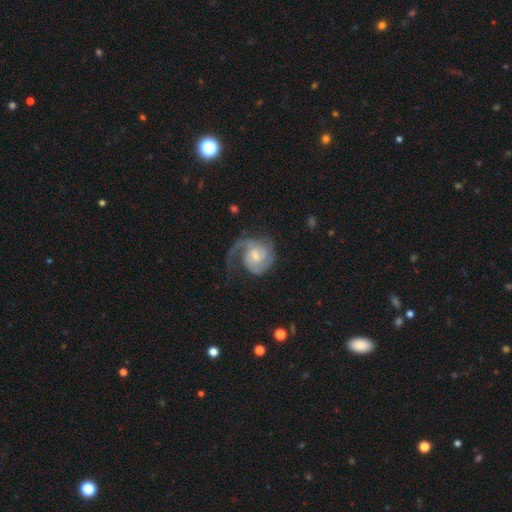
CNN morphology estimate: featured or disk 81%, smooth 14%, star or artifact 5%. Down the decision tree: edge-on disk — no (98%); bar — no (49%); spiral arms — yes (96%); spiral arm count — 2 (50%); spiral winding — medium (41%); bulge size — small (49%); merging — none (48%).